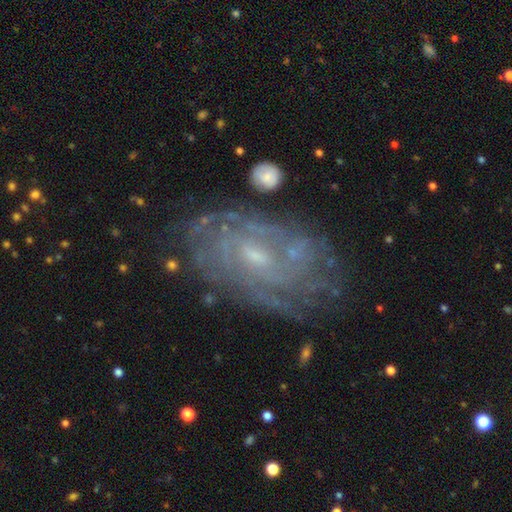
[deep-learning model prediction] This appears to be a featured or disk galaxy (79%) with a weak bar (45%, tied with no), tight (67%) spiral arms (86%) and a small central bulge (70%). Merging: none (74%).